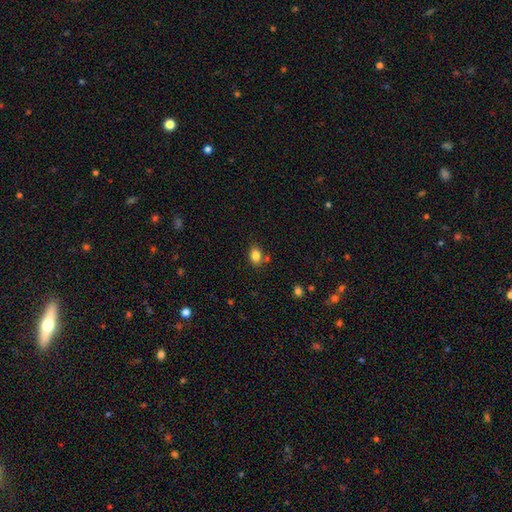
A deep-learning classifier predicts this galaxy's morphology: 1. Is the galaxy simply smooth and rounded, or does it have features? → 83% smooth, 10% star or artifact, 7% featured or disk.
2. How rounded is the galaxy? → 71% in between, 27% round, 1% cigar-shaped.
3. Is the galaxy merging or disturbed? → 75% none, 13% minor disturbance, 9% merger, 3% major disturbance.